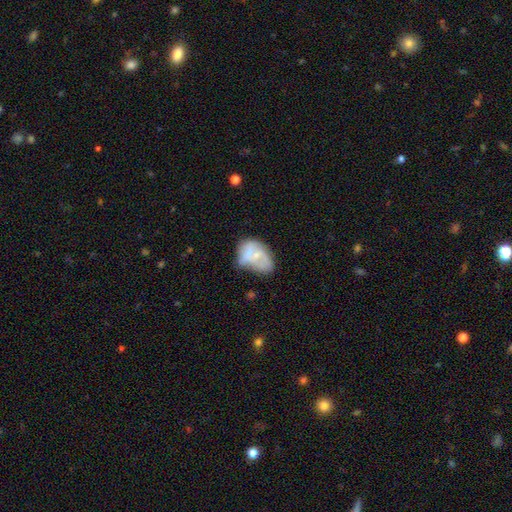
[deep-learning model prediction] This appears to be a smooth galaxy with no disk features (49%). Merging: minor disturbance (32%).